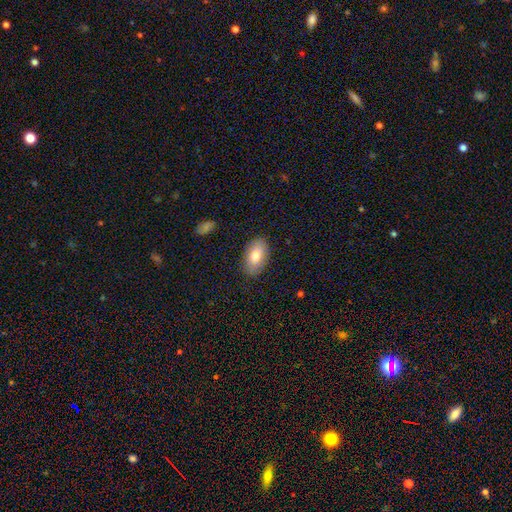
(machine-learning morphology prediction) smooth 79%, featured or disk 14%, star or artifact 6%. Down the decision tree: how rounded — in between (93%); merging — none (87%).